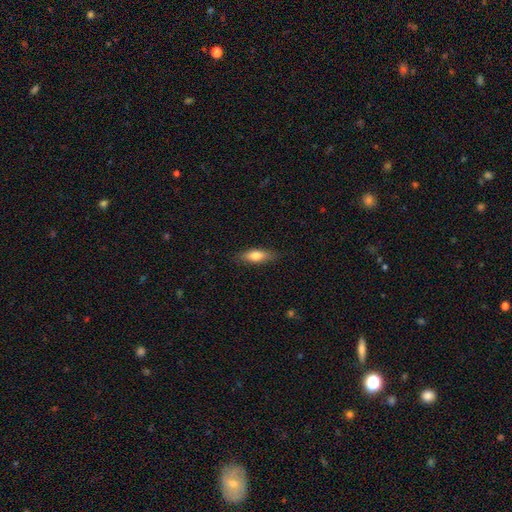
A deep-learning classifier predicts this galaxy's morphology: Smooth or featured? smooth (76%)
How rounded? in between (63%)
Merging? none (83%)